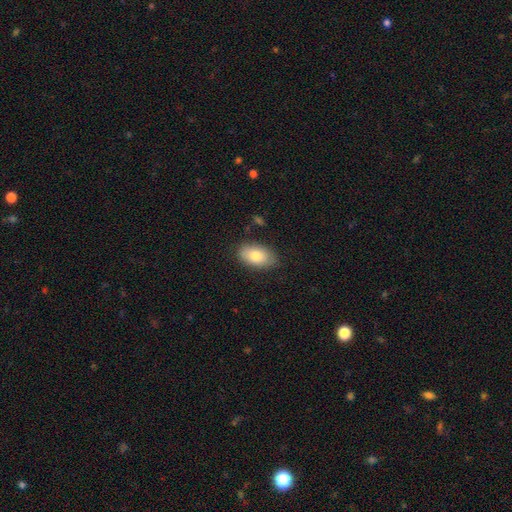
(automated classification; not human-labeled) This appears to be a smooth galaxy with no disk features (79%) that is in between round and cigar-shaped (93%). Merging: none (82%).